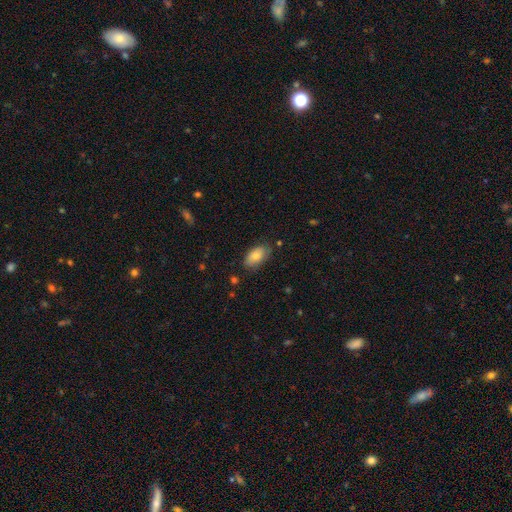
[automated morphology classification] Smooth or featured? Predicted: smooth (p=0.80). How rounded? Predicted: in between (p=0.93). Merging? Predicted: none (p=0.73).